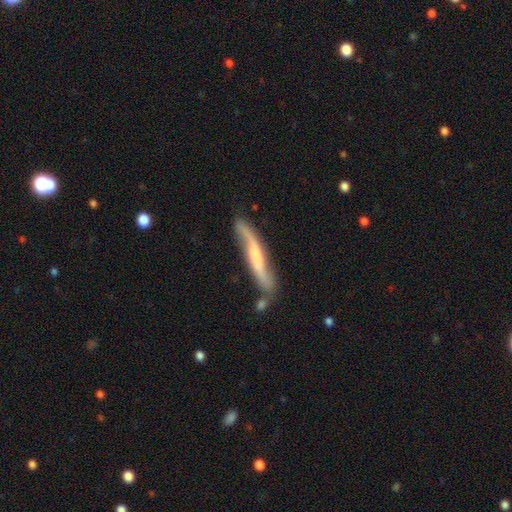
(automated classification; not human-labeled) A featured or disk galaxy (67%) viewed edge-on (50%, tied with no).

Vote fractions:
- Smooth or featured? featured or disk: 67% / smooth: 27% / star or artifact: 5%
- Edge-on disk? yes: 50% (tied) / no: 50% (tied)
- Merging? none: 68% / minor disturbance: 19% / merger: 8% / major disturbance: 5%